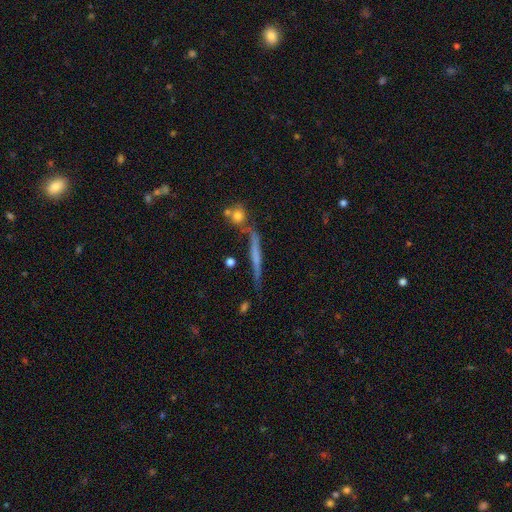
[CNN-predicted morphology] A featured or disk galaxy (55%) viewed edge-on (92%) with no central bulge (64%). Merging: none (68%).